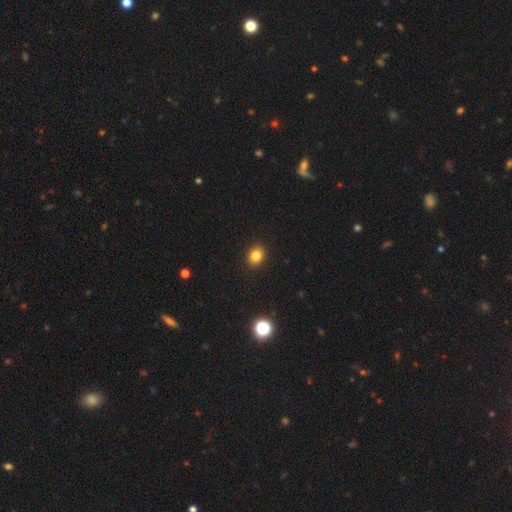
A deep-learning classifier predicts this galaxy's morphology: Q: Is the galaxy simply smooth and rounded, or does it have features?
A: smooth — 82%.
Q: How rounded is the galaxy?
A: round — 57%.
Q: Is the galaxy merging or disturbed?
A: none — 91%.